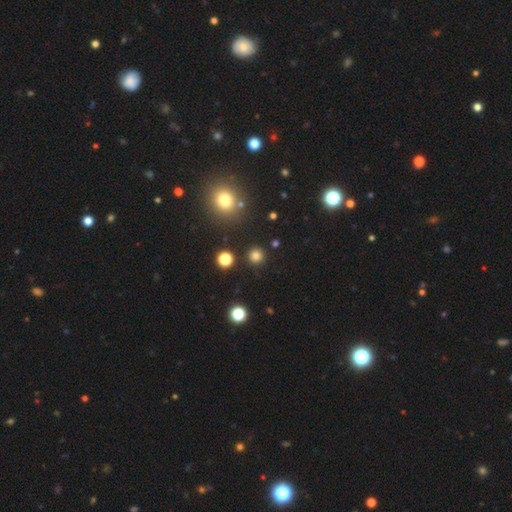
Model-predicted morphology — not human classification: This appears to be a smooth galaxy with no disk features (80%) that is round (95%). Merging: none (91%).